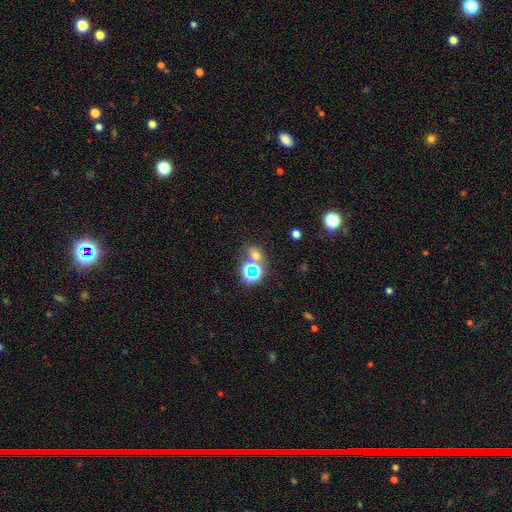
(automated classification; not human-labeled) Smooth or featured?
  - smooth: 48% *
  - star or artifact: 42%
  - featured or disk: 10%
Merging?
  - none: 60% *
  - merger: 25%
  - minor disturbance: 9%
  - major disturbance: 5%